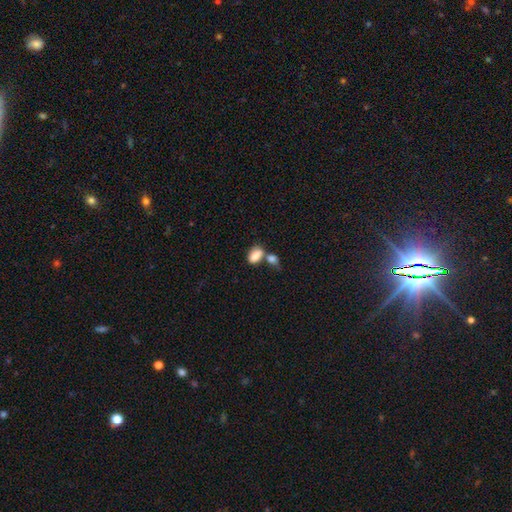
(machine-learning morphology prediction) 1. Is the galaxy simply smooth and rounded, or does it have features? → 84% smooth, 9% featured or disk, 7% star or artifact.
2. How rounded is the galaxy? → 88% in between, 10% round, 2% cigar-shaped.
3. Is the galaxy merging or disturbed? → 46% merger, 37% none, 11% minor disturbance, 5% major disturbance.